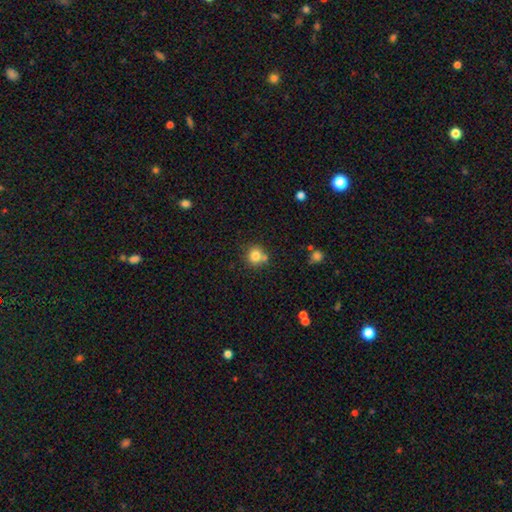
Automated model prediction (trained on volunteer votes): Smooth or featured? smooth (80%)
How rounded? round (90%)
Merging? none (66%)